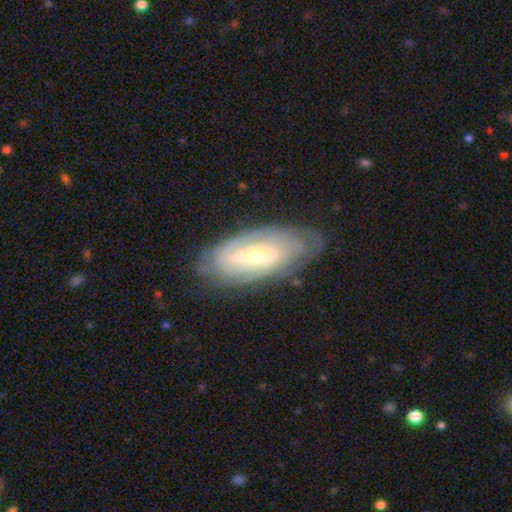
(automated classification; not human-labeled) Morphology: type=featured or disk (76%); edge-on=no (91%); bar=no (40%); spiral arms=yes (87%); winding=tight (69%); arm count=can't tell (53%); bulge=small (59%); merging=none (74%).